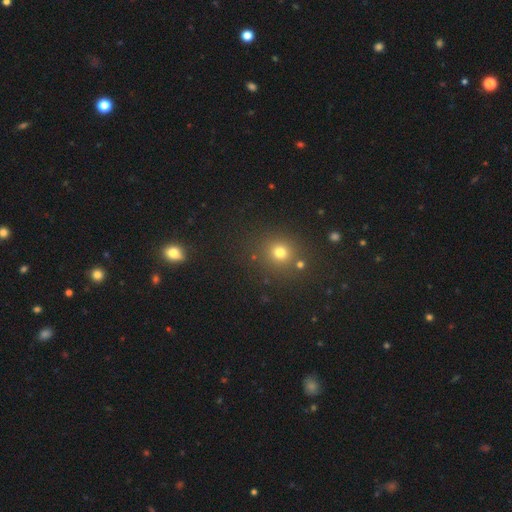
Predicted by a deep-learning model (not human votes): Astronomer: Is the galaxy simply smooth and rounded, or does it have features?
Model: smooth — 54% (runner-up: star or artifact, 40%).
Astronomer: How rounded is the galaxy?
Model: round — 85%.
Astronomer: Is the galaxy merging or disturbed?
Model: none — 86%.